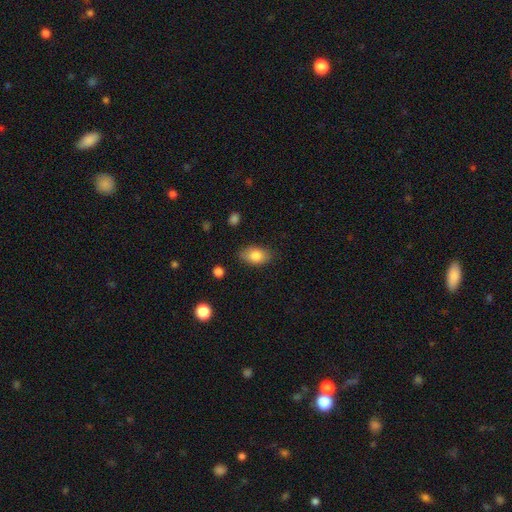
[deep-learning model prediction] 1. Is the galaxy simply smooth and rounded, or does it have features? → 83% smooth, 10% featured or disk, 8% star or artifact.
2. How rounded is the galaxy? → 89% in between, 9% round, 2% cigar-shaped.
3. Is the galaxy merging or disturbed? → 83% none, 13% minor disturbance, 3% major disturbance, 1% merger.